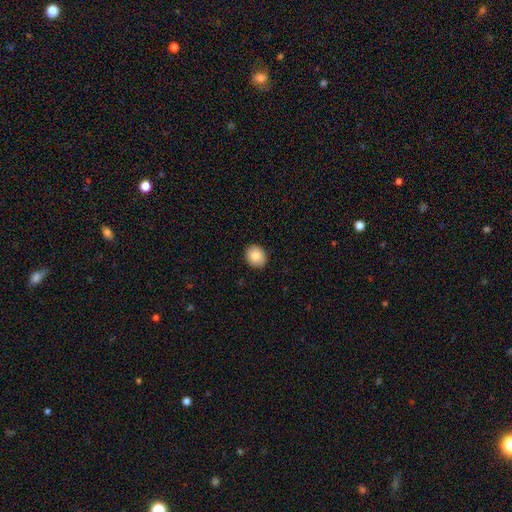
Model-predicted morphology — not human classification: This is clearly a smooth galaxy (87%). How rounded: possibly round (55%). Merging: clearly none (90%).